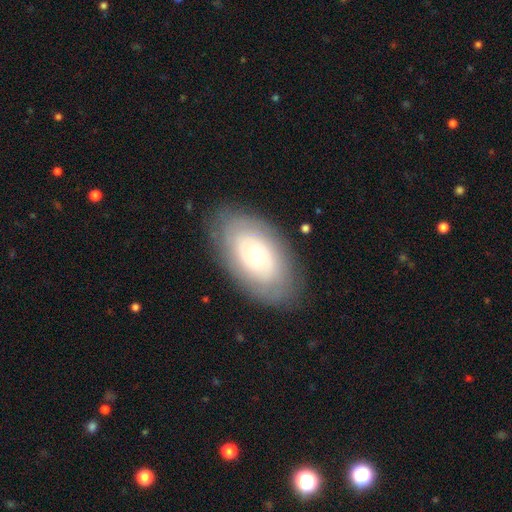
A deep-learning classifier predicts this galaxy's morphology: Smooth or featured? featured or disk (49%)
Merging? none (82%)